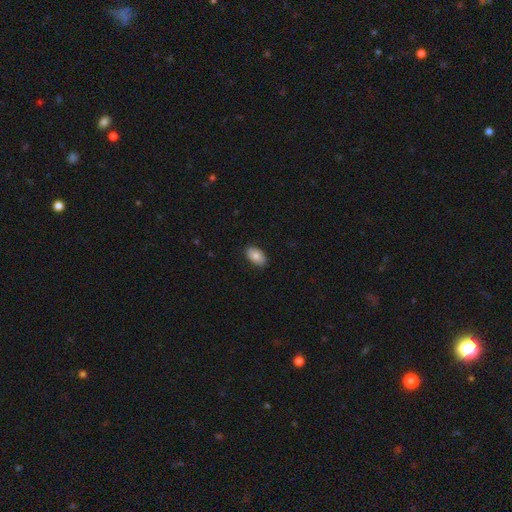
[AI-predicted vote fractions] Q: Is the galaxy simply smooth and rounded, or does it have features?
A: smooth — 81%.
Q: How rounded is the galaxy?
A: in between — 92%.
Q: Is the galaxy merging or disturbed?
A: none — 87%.